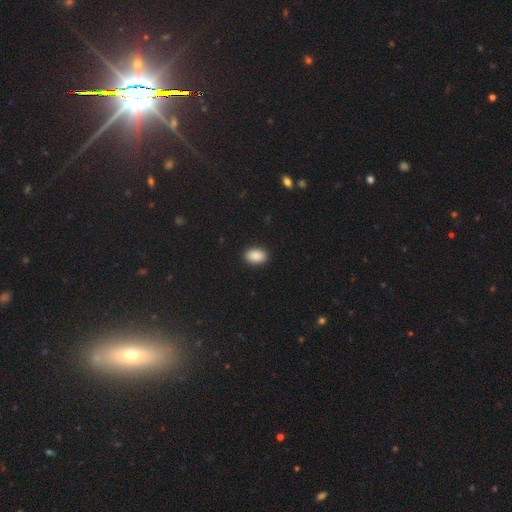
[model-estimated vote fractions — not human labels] This appears to be a smooth galaxy with no disk features (89%) that is in between round and cigar-shaped (85%). Merging: none (90%).